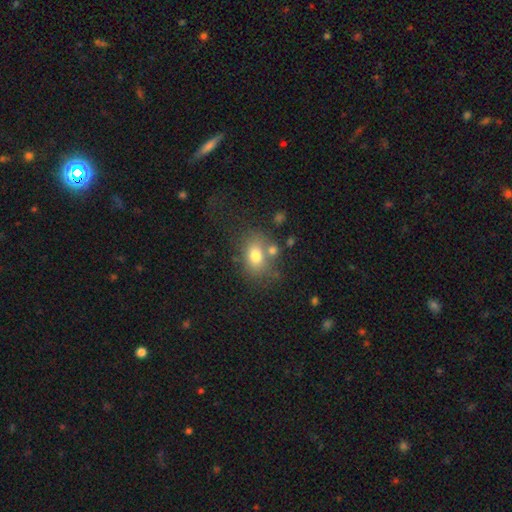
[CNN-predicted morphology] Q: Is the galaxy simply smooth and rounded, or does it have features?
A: smooth — 74%.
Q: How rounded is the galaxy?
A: in between — 67%.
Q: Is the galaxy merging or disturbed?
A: none — 57%.